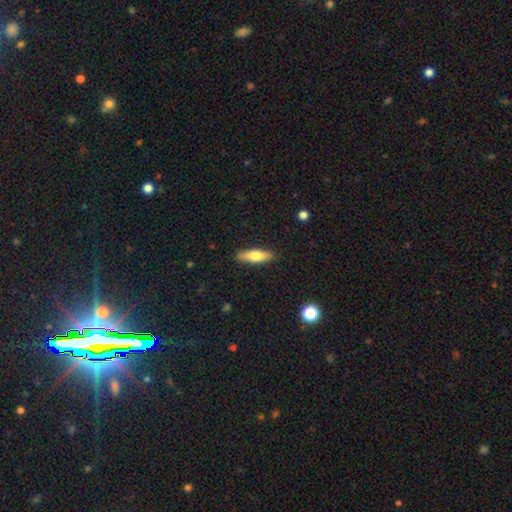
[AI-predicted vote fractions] Q: Smooth or featured?
A: smooth (68%); runner-up: featured or disk (26%)
Q: How rounded?
A: cigar-shaped (56%); runner-up: in between (42%)
Q: Merging?
A: none (89%); runner-up: minor disturbance (9%)